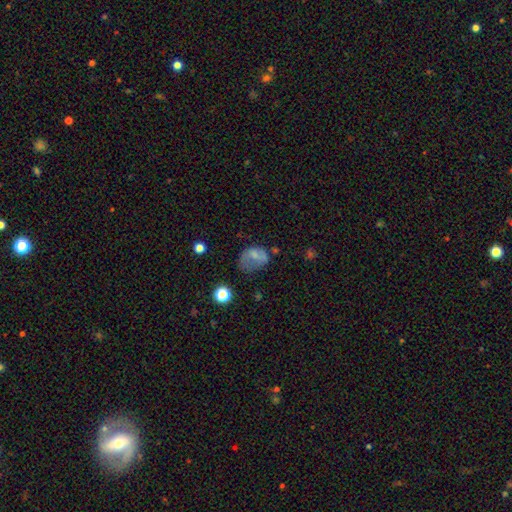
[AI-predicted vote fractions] The model was most divided on "merging": major disturbance: 34%, none: 32%, minor disturbance: 29%, merger: 5%. More confident: smooth or featured — smooth (64%); how rounded — in between (63%).